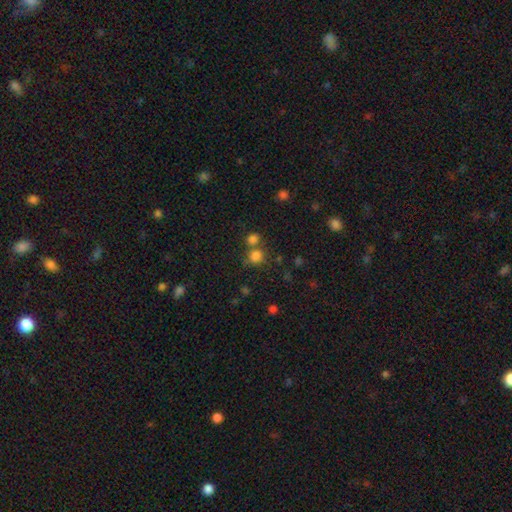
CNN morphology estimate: This is likely a smooth galaxy (77%). How rounded: clearly round (84%). Merging: possibly none (57%).